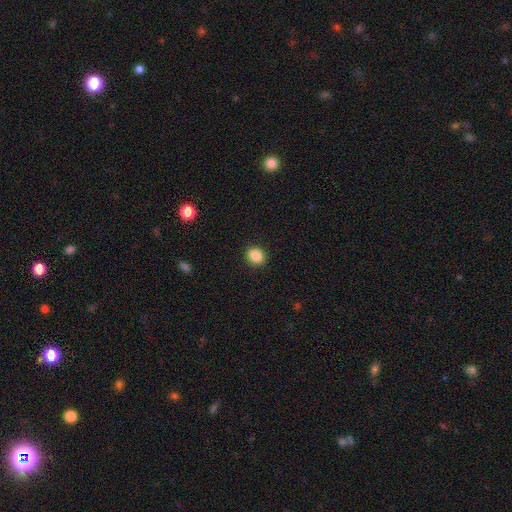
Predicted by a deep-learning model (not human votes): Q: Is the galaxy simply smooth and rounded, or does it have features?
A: smooth — 87%.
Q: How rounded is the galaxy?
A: round — 64%.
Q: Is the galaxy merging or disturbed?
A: none — 91%.